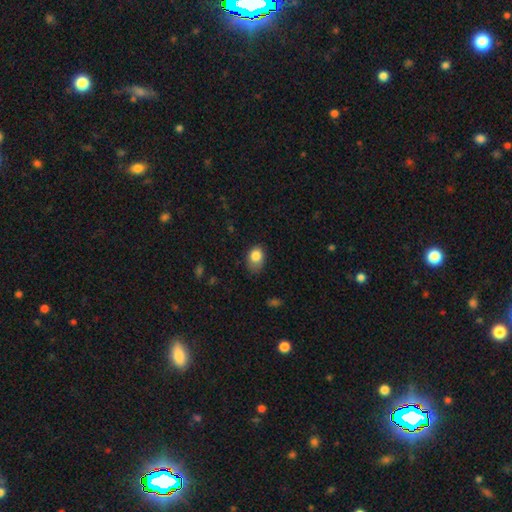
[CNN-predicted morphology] type=smooth (83%); roundness=in between (68%); merging=none (53%).